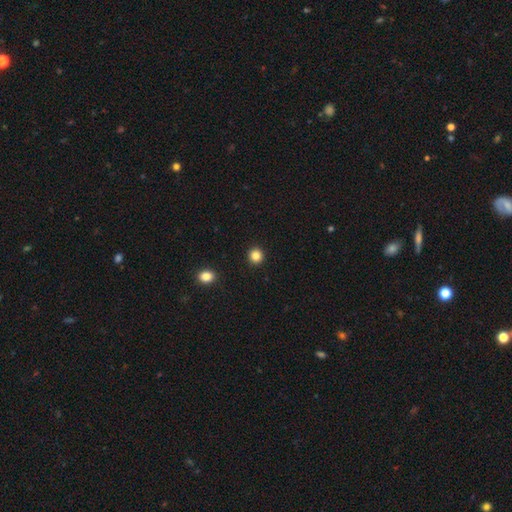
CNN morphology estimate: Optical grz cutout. It shows a smooth galaxy with no disk features (84%) that is round (92%). Merging: none (93%).